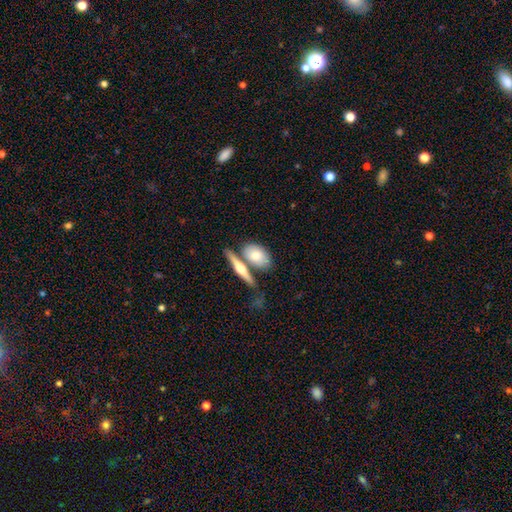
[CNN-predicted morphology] smooth_or_featured: smooth (p=0.66) [alt: featured or disk p=0.29]
how_rounded: in between (p=0.80) [alt: cigar-shaped p=0.11]
merging: none (p=0.50) [alt: merger p=0.33]